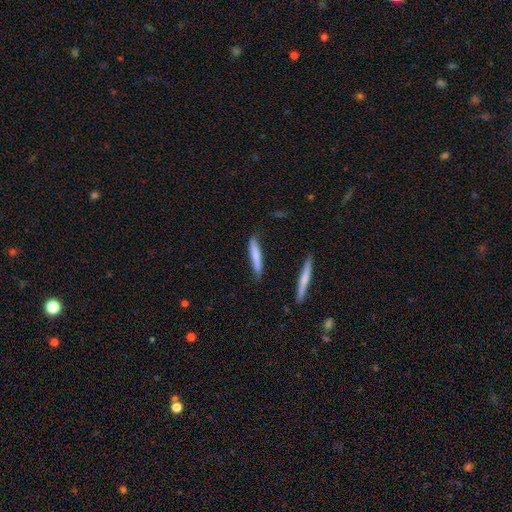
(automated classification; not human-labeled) smooth_or_featured: smooth (p=0.69) [alt: featured or disk p=0.26]
how_rounded: cigar-shaped (p=0.90) [alt: in between p=0.08]
merging: none (p=0.73) [alt: minor disturbance p=0.20]